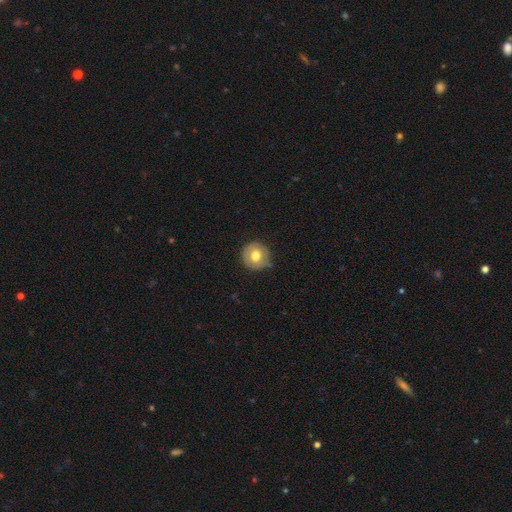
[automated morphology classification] Smooth or featured? smooth (68%)
How rounded? round (93%)
Merging? none (73%)